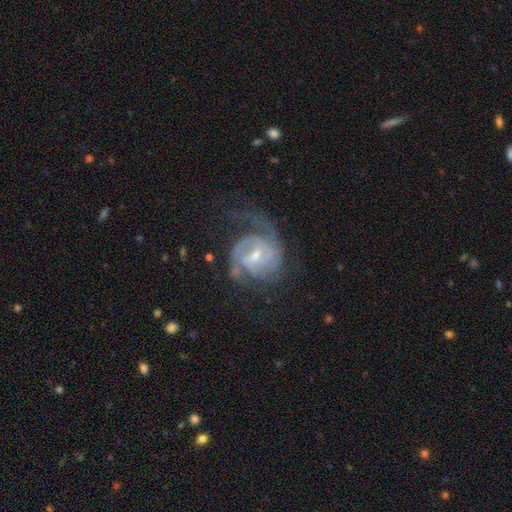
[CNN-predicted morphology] This is clearly a featured or disk galaxy (88%). It is clearly not viewed edge-on (98%). Bar: possibly weak (55%). Spiral arm pattern: clearly yes (96%). Spiral arm count: possibly 2 (48%). Spiral winding: marginally tight (43%). Central bulge: possibly small (57%). Merging: possibly none (53%).